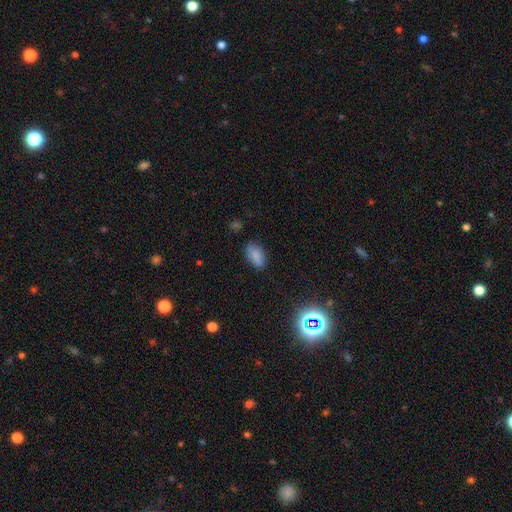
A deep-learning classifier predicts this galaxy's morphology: This is clearly a smooth galaxy (82%). How rounded: clearly in between (91%). Merging: likely none (71%).